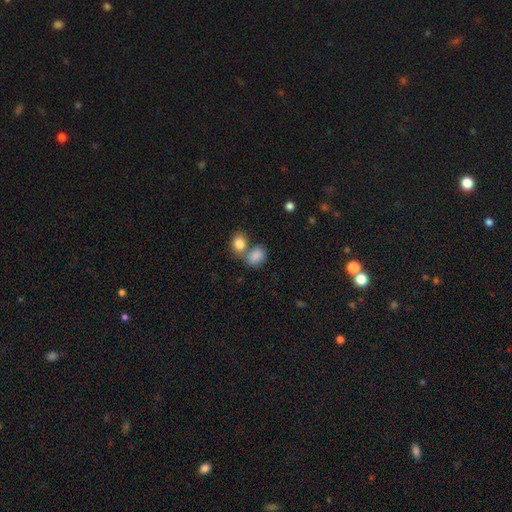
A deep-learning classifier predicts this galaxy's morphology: Overall: smooth (84%). How rounded: in between (58%; round 40%). Merging: merger (44%; none 40%).